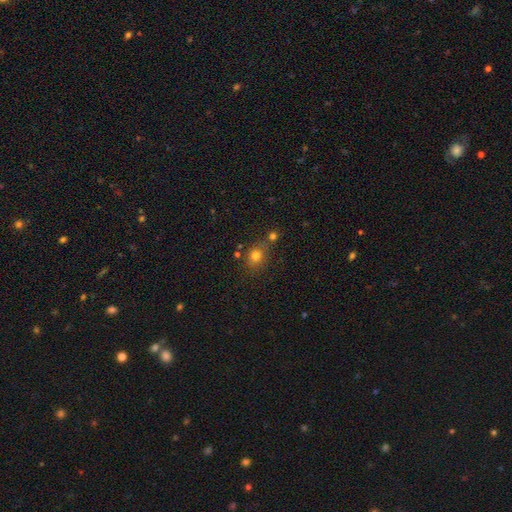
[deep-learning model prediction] Overall: smooth (75%). How rounded: round (70%). Merging: none (66%).